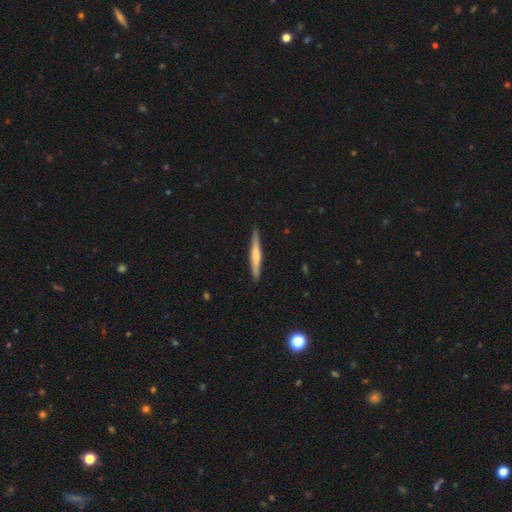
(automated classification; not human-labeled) Smooth or featured? featured or disk (53%)
Edge-on disk? yes (97%)
Edge-on bulge? rounded (59%)
Merging? none (90%)